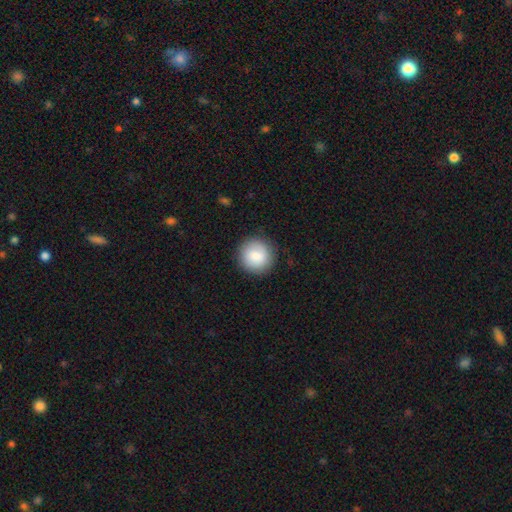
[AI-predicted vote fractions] A smooth galaxy with no disk features (85%) that is round (93%).

Vote fractions:
- Smooth or featured? smooth: 85% / featured or disk: 8% / star or artifact: 7%
- How rounded? round: 93% / in between: 6% / cigar-shaped: 1%
- Merging? none: 88% / minor disturbance: 9% / major disturbance: 3% / merger: 1%